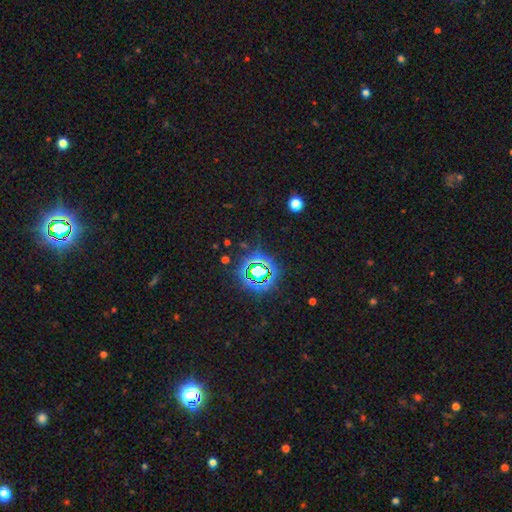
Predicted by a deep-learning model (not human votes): This appears to be a star or artifact, not a galaxy (78%).